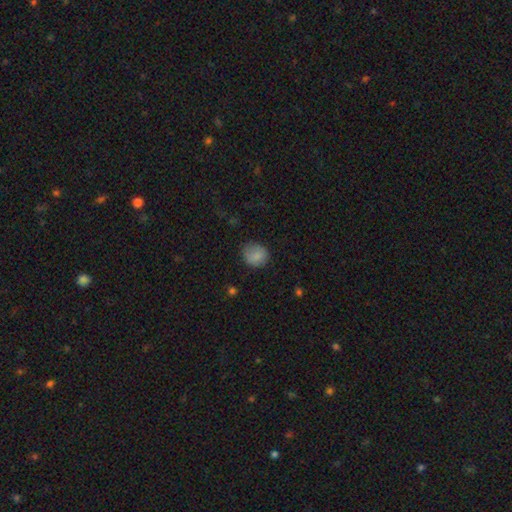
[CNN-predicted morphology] smooth-or-featured: smooth: 84% | star or artifact: 9% | featured or disk: 7%
  how-rounded: round: 77% | in between: 22% | cigar-shaped: 1%
  merging: none: 72% | minor disturbance: 21% | major disturbance: 6% | merger: 1%